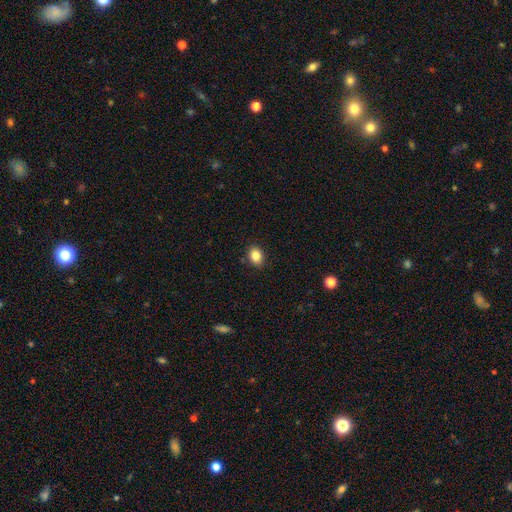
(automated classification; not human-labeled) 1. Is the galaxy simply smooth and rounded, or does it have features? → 86% smooth, 9% star or artifact, 5% featured or disk.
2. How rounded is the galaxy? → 63% in between, 36% round, 1% cigar-shaped.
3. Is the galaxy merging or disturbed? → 89% none, 8% minor disturbance, 2% major disturbance, 1% merger.